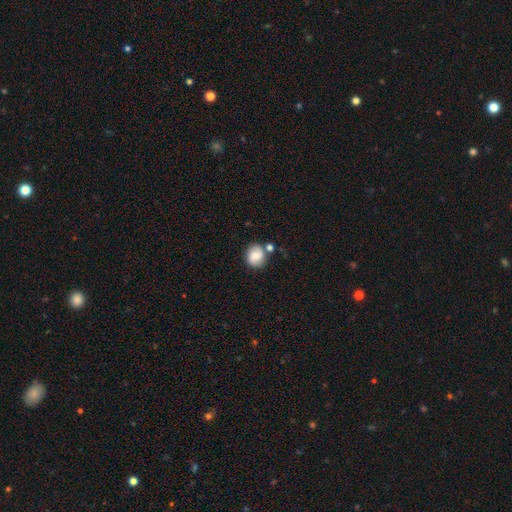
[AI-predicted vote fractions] smooth 72%, featured or disk 19%, star or artifact 9%. Down the decision tree: how rounded — round (73%); merging — none (63%).